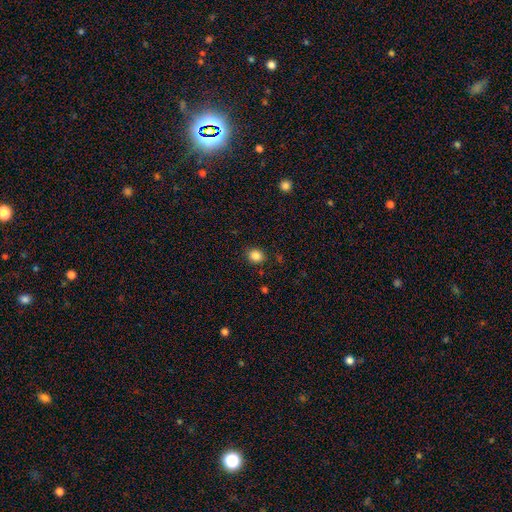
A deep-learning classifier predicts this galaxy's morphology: Smooth or featured? smooth (85%)
How rounded? round (61%)
Merging? none (87%)